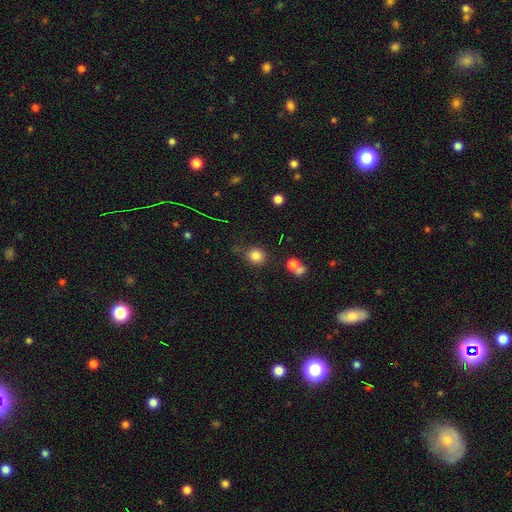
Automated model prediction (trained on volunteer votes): This appears to be a smooth galaxy with no disk features (82%) that is round (84%). Merging: none (78%).